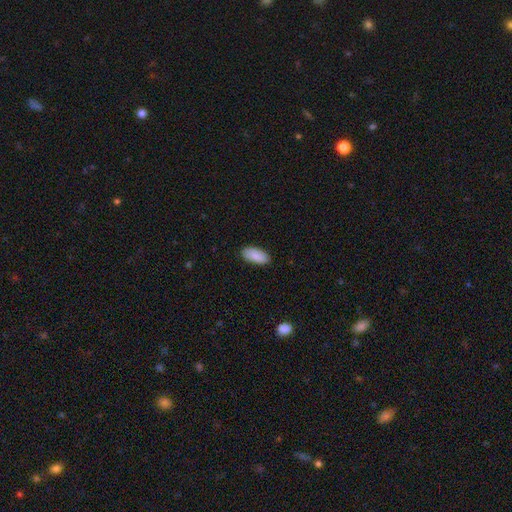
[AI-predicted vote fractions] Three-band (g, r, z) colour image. It shows a smooth galaxy with no disk features (89%) that is in between round and cigar-shaped (90%). Merging: none (88%).